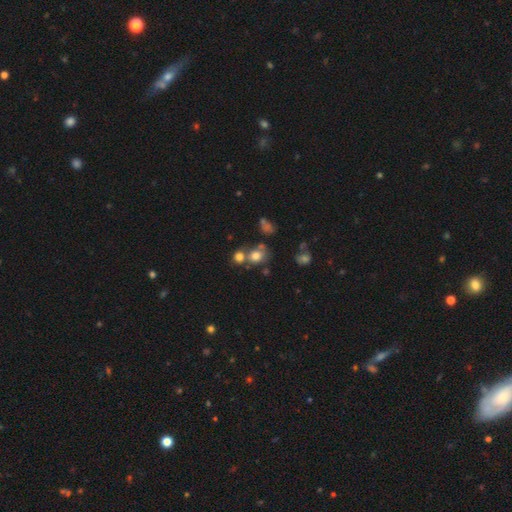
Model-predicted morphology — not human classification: Smooth or featured? smooth (73%)
How rounded? round (76%)
Merging? none (48%)